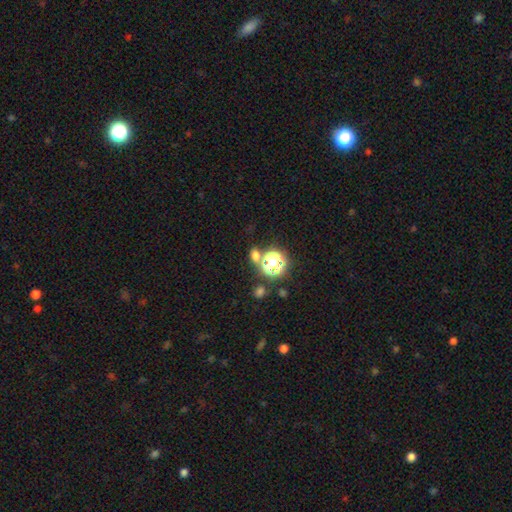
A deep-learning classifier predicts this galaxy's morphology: This is possibly a smooth galaxy (58%). How rounded: possibly round (58%). Merging: likely none (65%).